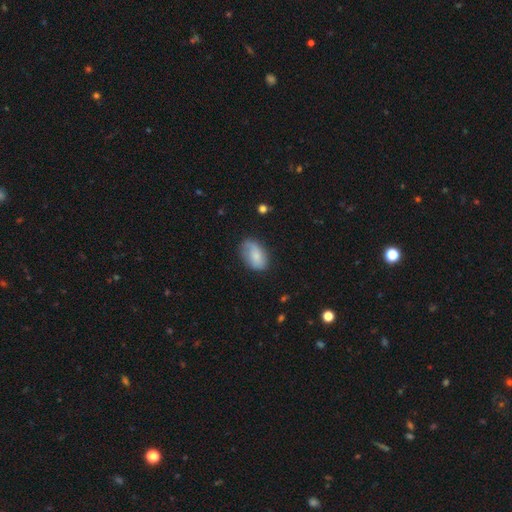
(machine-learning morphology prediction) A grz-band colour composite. It shows a smooth galaxy with no disk features (70%) that is in between round and cigar-shaped (90%). Merging: none (63%).